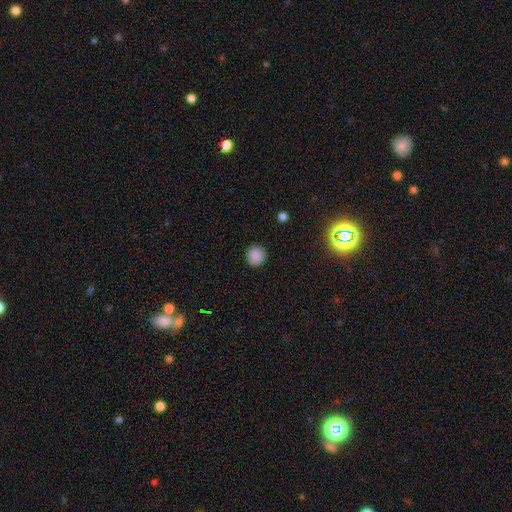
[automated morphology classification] The model was most divided on "smooth or featured": smooth: 87%, star or artifact: 10%, featured or disk: 3%. More confident: how rounded — round (94%); merging — none (91%).